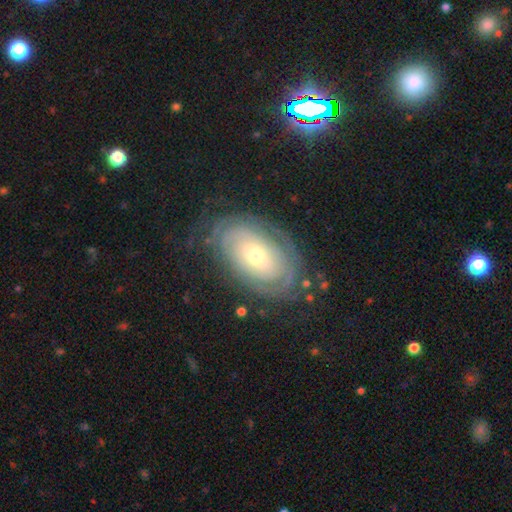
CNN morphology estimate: This is likely a featured or disk galaxy (76%). It is clearly not viewed edge-on (94%). Bar: clearly no (81%). Spiral arm pattern: clearly yes (82%). Spiral arm count: possibly can't tell (55%). Spiral winding: clearly tight (80%). Central bulge: possibly moderate (50%). Merging: likely none (74%).